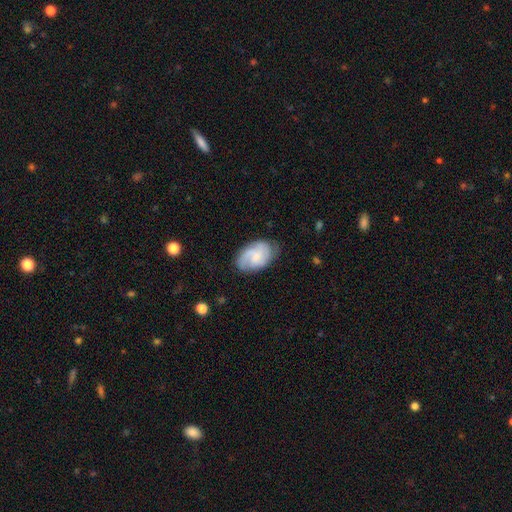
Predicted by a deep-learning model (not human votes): This is likely a featured or disk galaxy (62%). It is clearly not viewed edge-on (97%). Bar: possibly no (57%). Spiral arm pattern: clearly yes (92%). Spiral arm count: marginally 2 (35%). Spiral winding: marginally medium (44%). Central bulge: possibly small (50%). Merging: likely none (71%).